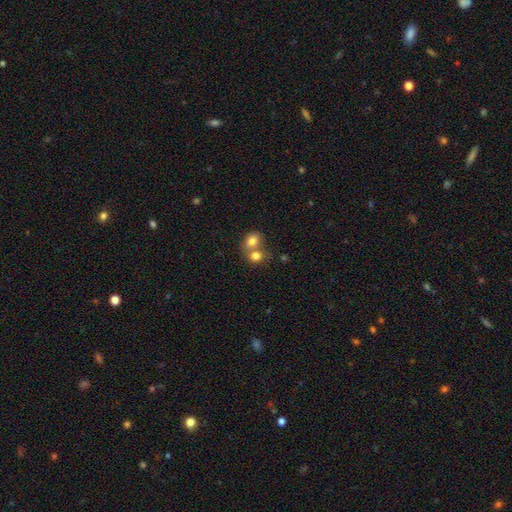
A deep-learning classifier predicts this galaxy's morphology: The model was most divided on "how rounded": round: 58%, in between: 41%, cigar-shaped: 1%. More confident: smooth or featured — smooth (79%); merging — merger (60%).